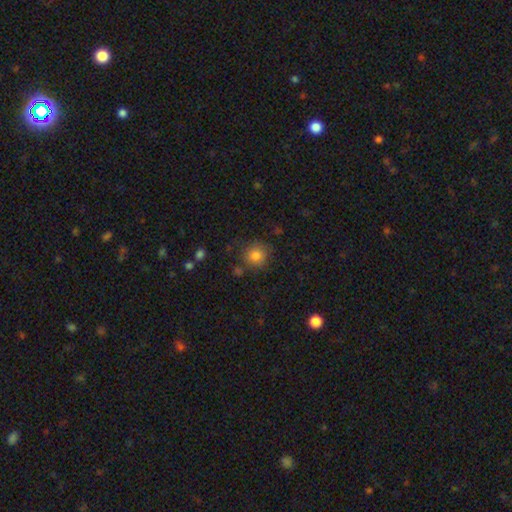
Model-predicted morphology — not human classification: Smooth or featured?
  - smooth: 82% *
  - star or artifact: 11%
  - featured or disk: 7%
How rounded?
  - round: 88% *
  - in between: 12%
  - cigar-shaped: 1%
Merging?
  - none: 78% *
  - minor disturbance: 13%
  - merger: 4%
  - major disturbance: 4%